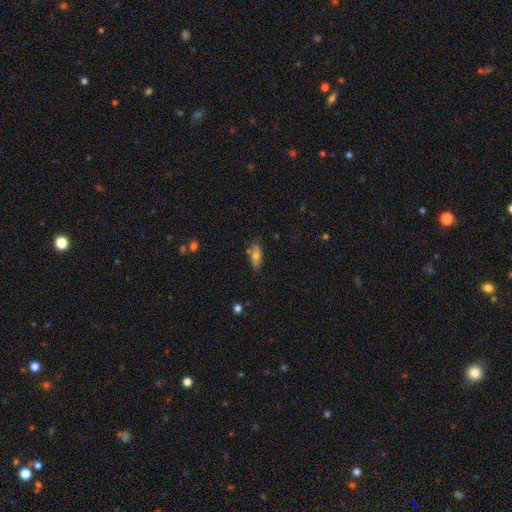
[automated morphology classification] The model was most divided on "smooth or featured": smooth: 68%, featured or disk: 23%, star or artifact: 8%. More confident: how rounded — in between (75%); merging — none (71%).